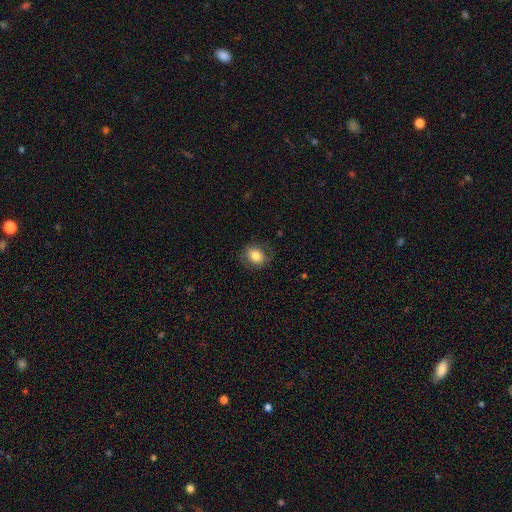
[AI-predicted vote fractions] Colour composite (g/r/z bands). It shows a smooth galaxy with no disk features (75%) that is in between round and cigar-shaped (52%). Merging: none (77%).